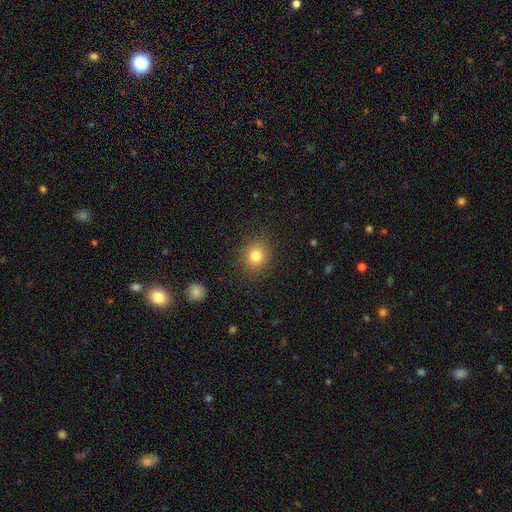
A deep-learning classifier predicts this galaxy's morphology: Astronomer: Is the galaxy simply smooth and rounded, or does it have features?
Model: smooth — 81%.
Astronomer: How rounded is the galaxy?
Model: round — 78%.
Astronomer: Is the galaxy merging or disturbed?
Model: none — 87%.